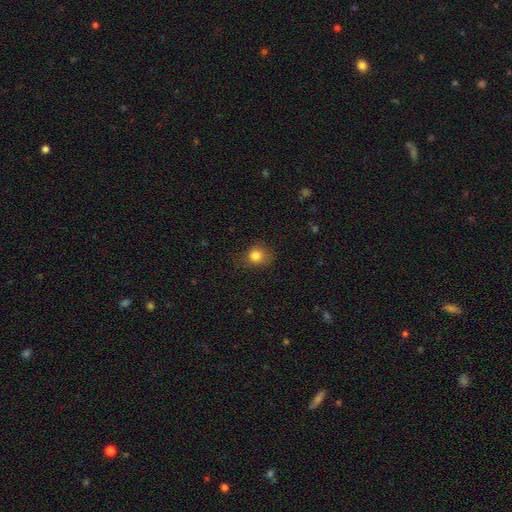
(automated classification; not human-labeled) smooth-or-featured: smooth: 82% | star or artifact: 12% | featured or disk: 7%
  how-rounded: round: 73% | in between: 26% | cigar-shaped: 1%
  merging: none: 71% | minor disturbance: 20% | major disturbance: 7% | merger: 1%